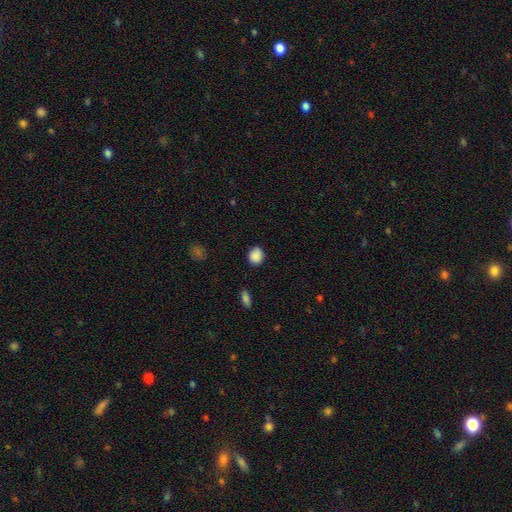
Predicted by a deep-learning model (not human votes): Overall: smooth (88%). How rounded: round (61%; in between 38%). Merging: none (83%).